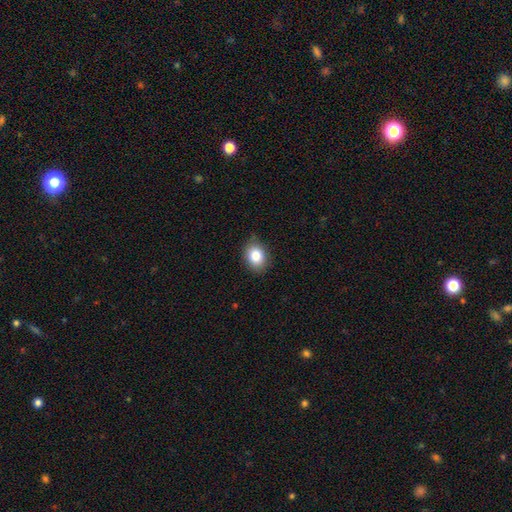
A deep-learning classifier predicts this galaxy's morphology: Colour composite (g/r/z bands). It shows a smooth galaxy with no disk features (83%) that is in between round and cigar-shaped (55%). Merging: none (84%).